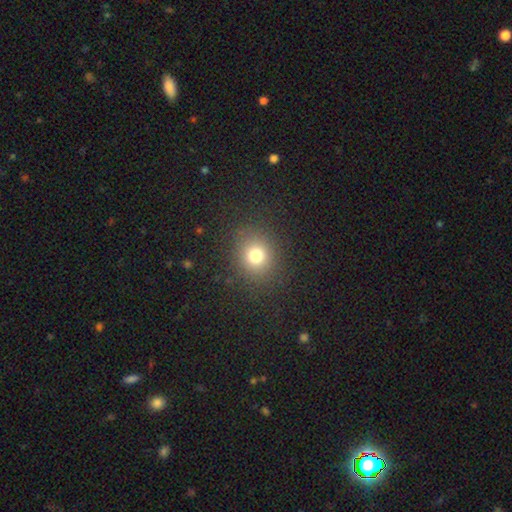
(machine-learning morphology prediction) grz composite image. It shows a smooth galaxy with no disk features (76%) that is round (81%). Merging: none (88%).